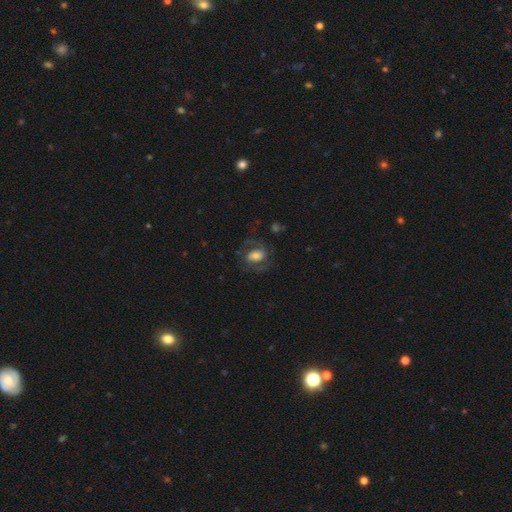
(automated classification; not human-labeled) smooth-or-featured: featured or disk: 63% | smooth: 29% | star or artifact: 8%
  disk-edge-on: no: 97% | yes: 3%
    bar: no: 40% (tied) | weak: 40% (tied) | strong: 20%
    has-spiral-arms: yes: 86% | no: 14%
      spiral-winding: medium: 54% | tight: 23% | loose: 23%
      spiral-arm-count: 2: 84% | can't tell: 7% | 1: 4% | 3: 2% | 4: 1% | more than 4: 1%
    bulge-size: moderate: 39% | large: 30% | small: 20% | none: 6% | dominant: 5%
  merging: none: 65% | major disturbance: 17% | minor disturbance: 17% | merger: 2%